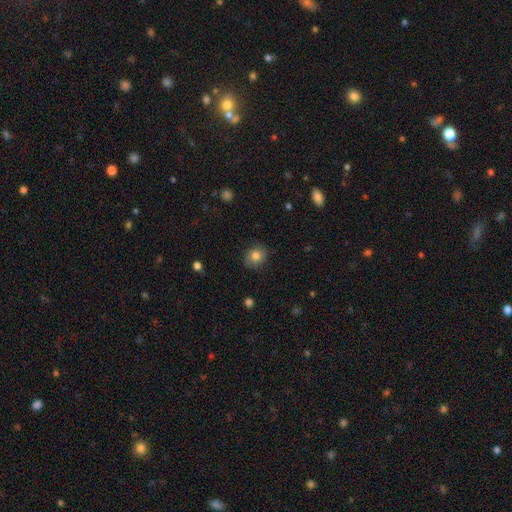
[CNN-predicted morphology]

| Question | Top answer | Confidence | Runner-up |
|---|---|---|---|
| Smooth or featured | smooth | 81% | star or artifact (10%) |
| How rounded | round | 73% | in between (26%) |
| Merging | none | 85% | minor disturbance (11%) |